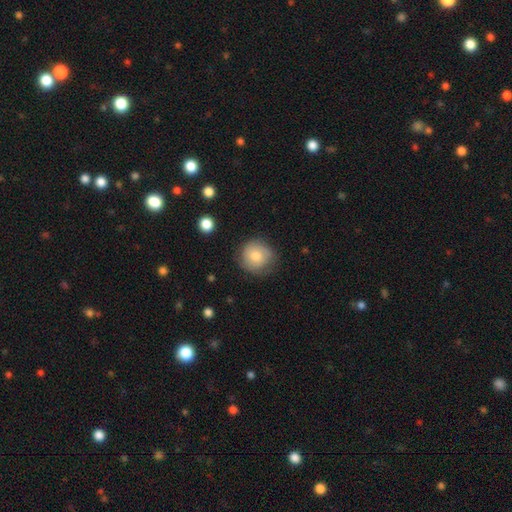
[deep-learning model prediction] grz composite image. It shows a smooth galaxy with no disk features (70%) that is round (90%). Merging: none (76%).